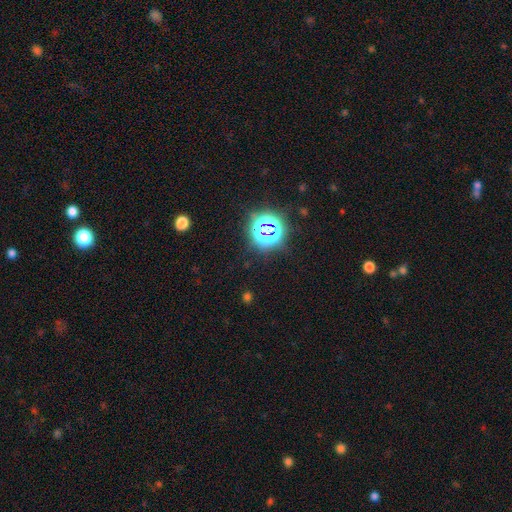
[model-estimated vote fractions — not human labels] Overall: star or artifact (78%).